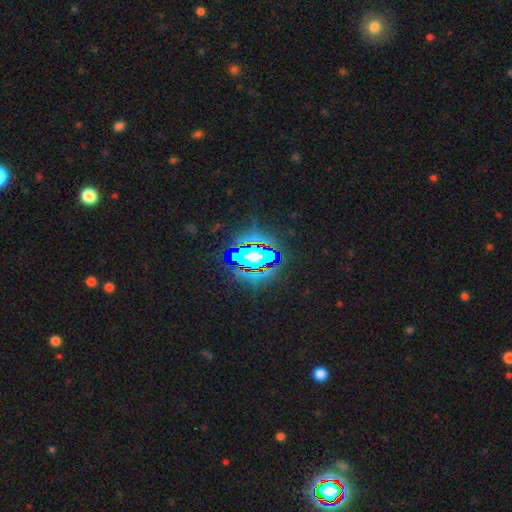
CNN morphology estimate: smooth-or-featured: star or artifact: 81% | smooth: 11% | featured or disk: 8%